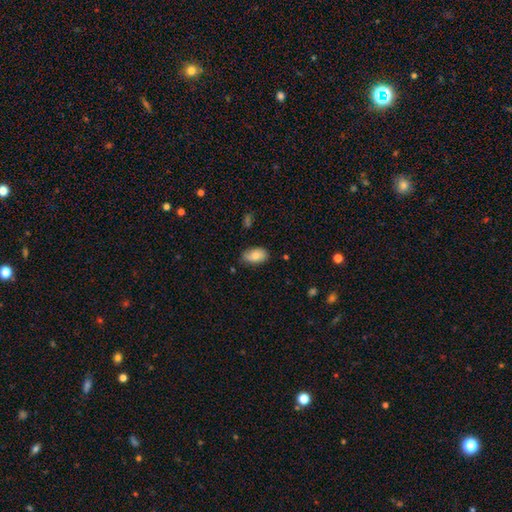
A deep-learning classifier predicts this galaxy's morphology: A smooth galaxy with no disk features (80%) that is in between round and cigar-shaped (93%).

Vote fractions:
- Smooth or featured? smooth: 80% / featured or disk: 13% / star or artifact: 7%
- How rounded? in between: 93% / round: 5% / cigar-shaped: 2%
- Merging? none: 71% / minor disturbance: 23% / major disturbance: 4% / merger: 2%